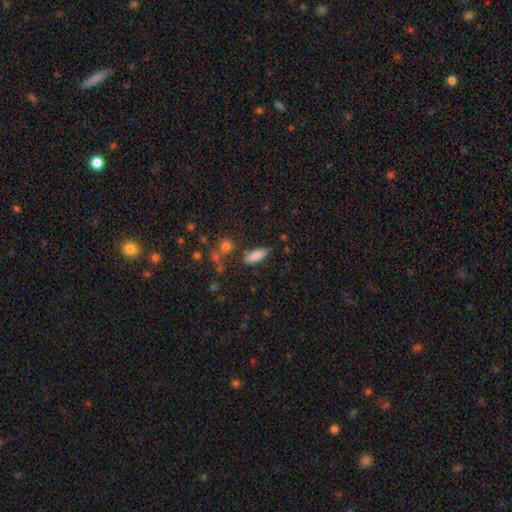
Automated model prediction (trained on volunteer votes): Q: Smooth or featured?
A: smooth (84%); runner-up: star or artifact (8%)
Q: How rounded?
A: in between (72%); runner-up: cigar-shaped (26%)
Q: Merging?
A: none (77%); runner-up: minor disturbance (15%)